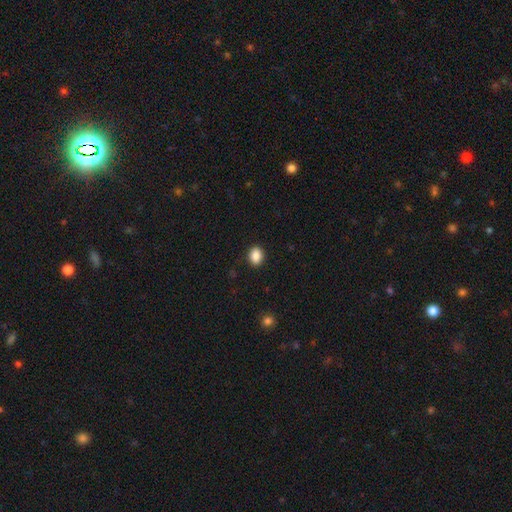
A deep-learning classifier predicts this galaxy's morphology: smooth-or-featured: smooth: 89% | star or artifact: 8% | featured or disk: 3%
  how-rounded: in between: 61% | round: 38% | cigar-shaped: 1%
  merging: none: 91% | minor disturbance: 7% | major disturbance: 2% | merger: 1%